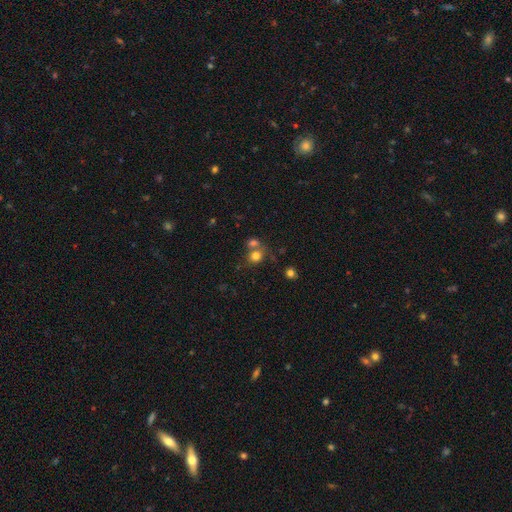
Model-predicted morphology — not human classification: Smooth or featured: smooth — 77% (star or artifact — 14%)
How rounded: round — 69% (in between — 30%)
Merging: none — 47% (merger — 40%)